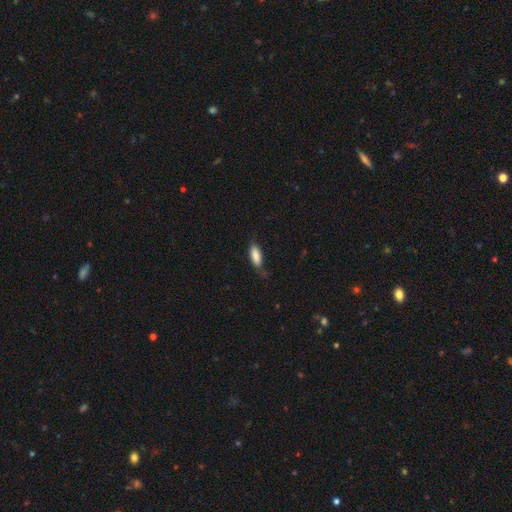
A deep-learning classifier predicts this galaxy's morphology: This is clearly a smooth galaxy (84%). How rounded: likely in between (72%). Merging: likely none (60%).